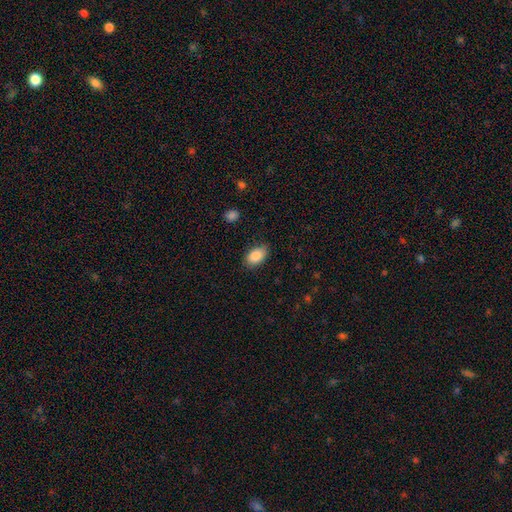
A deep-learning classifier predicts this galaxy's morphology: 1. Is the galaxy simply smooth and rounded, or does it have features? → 88% smooth, 7% star or artifact, 5% featured or disk.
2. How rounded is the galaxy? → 92% in between, 6% round, 2% cigar-shaped.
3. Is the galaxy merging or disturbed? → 84% none, 12% minor disturbance, 3% major disturbance, 1% merger.